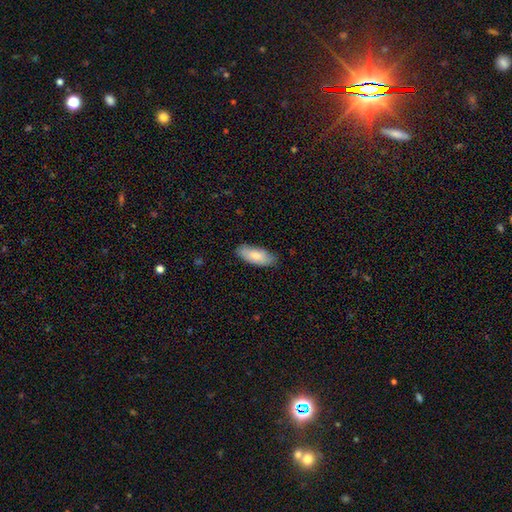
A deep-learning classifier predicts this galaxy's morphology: Smooth or featured? Predicted: smooth (p=0.81). How rounded? Predicted: in between (p=0.81). Merging? Predicted: none (p=0.81).